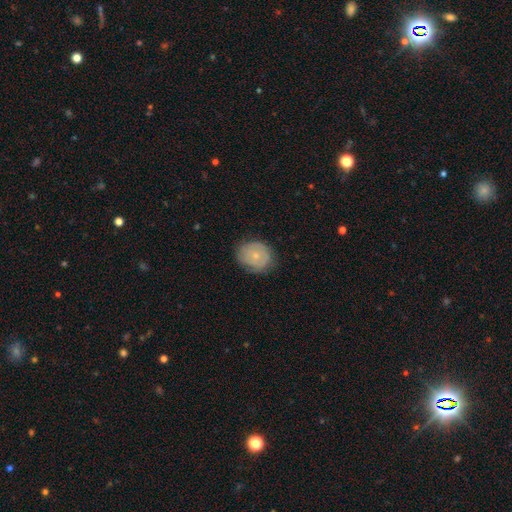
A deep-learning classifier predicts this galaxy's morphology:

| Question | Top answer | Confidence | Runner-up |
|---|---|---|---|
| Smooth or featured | smooth | 56% | featured or disk (37%) |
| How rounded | round | 63% | in between (36%) |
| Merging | none | 74% | minor disturbance (20%) |